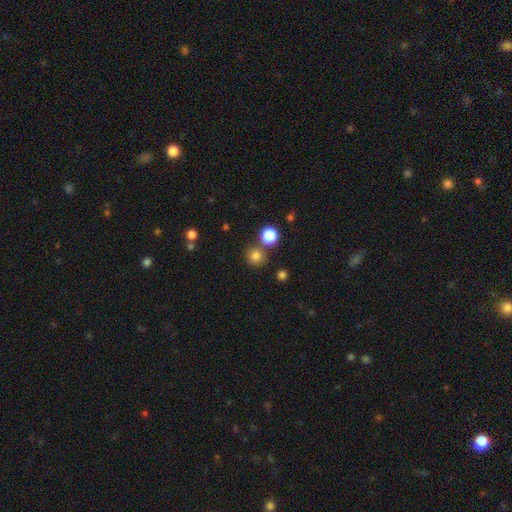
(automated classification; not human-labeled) Smooth or featured? Predicted: smooth (p=0.80). How rounded? Predicted: round (p=0.92). Merging? Predicted: none (p=0.76).